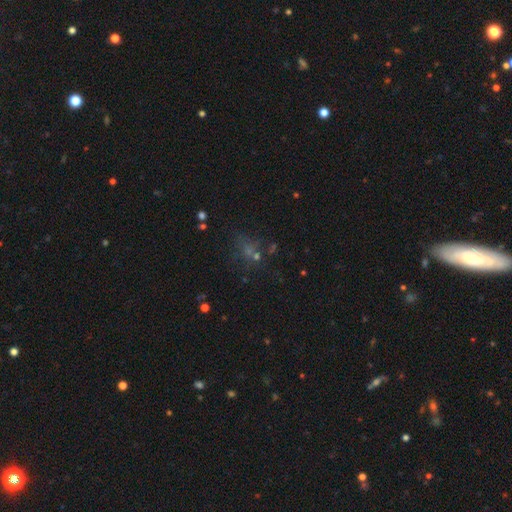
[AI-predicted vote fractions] smooth-or-featured: star or artifact: 41% | smooth: 39% | featured or disk: 20%